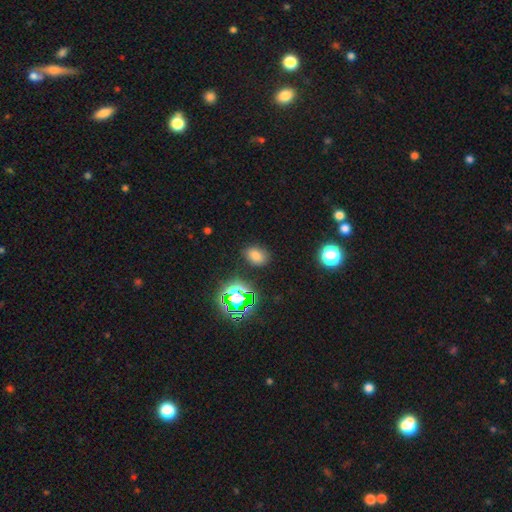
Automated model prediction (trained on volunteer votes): A smooth galaxy with no disk features (70%) that is in between round and cigar-shaped (74%). Merging: none (83%).